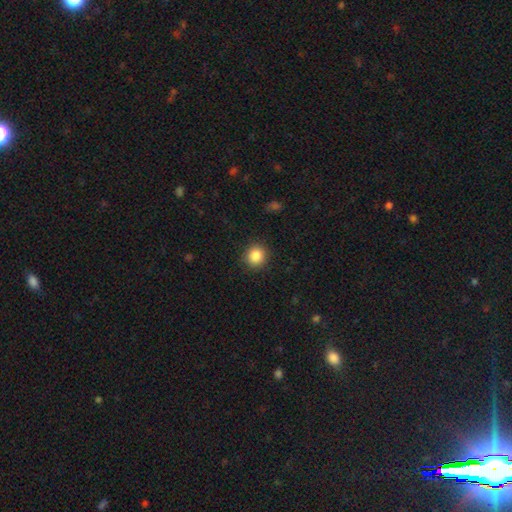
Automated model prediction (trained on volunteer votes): This appears to be a smooth galaxy with no disk features (87%) that is round (89%). Merging: none (90%).